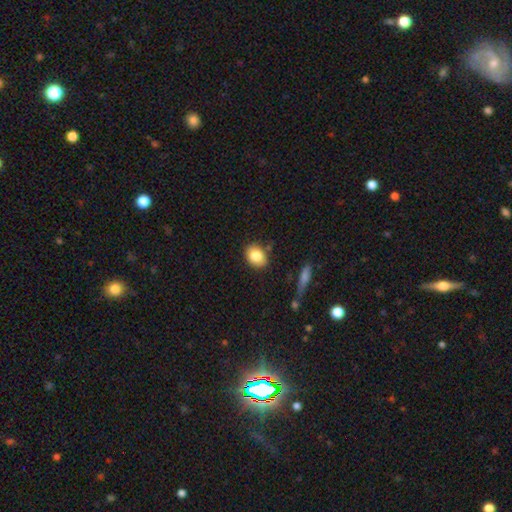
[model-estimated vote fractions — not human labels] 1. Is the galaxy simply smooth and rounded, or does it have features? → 82% smooth, 9% featured or disk, 9% star or artifact.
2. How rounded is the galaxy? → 61% in between, 37% round, 1% cigar-shaped.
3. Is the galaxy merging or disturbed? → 80% none, 13% minor disturbance, 4% merger, 3% major disturbance.